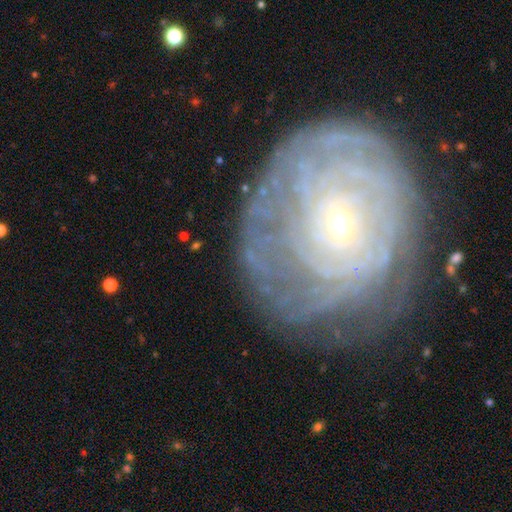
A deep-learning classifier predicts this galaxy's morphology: Overall: featured or disk (82%). Edge-on disk: no (96%). Bar: no (61%; weak 28%). Spiral arms: yes (90%). Spiral arm count: can't tell (42%; more than 4 19%). Spiral winding: tight (82%). Bulge size: small (70%). Merging: none (70%).